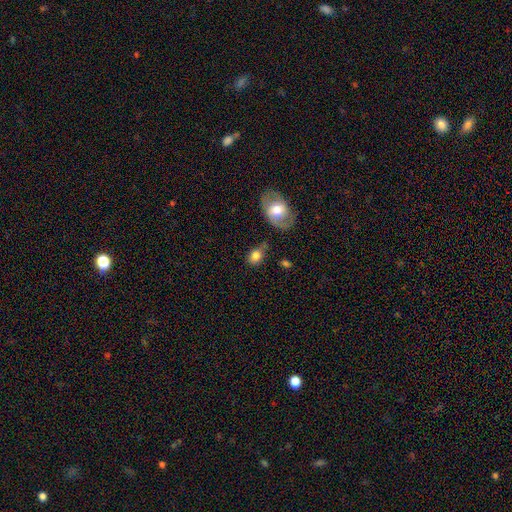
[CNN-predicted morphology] Smooth or featured: smooth — 78% (featured or disk — 13%)
How rounded: in between — 64% (round — 34%)
Merging: none — 53% (minor disturbance — 26%)